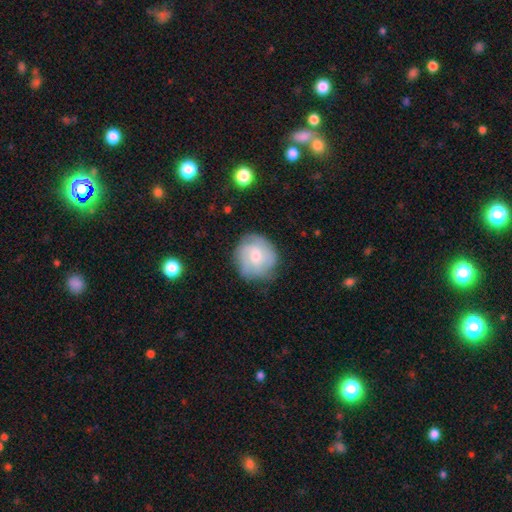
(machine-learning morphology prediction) Smooth or featured: featured or disk — 52% (smooth — 41%)
Edge-on disk: no — 97% (yes — 3%)
Bar: no — 58% (weak — 36%)
Spiral arms: yes — 81% (no — 19%)
Bulge size: moderate — 52% (small — 42%)
Merging: none — 74% (minor disturbance — 19%)